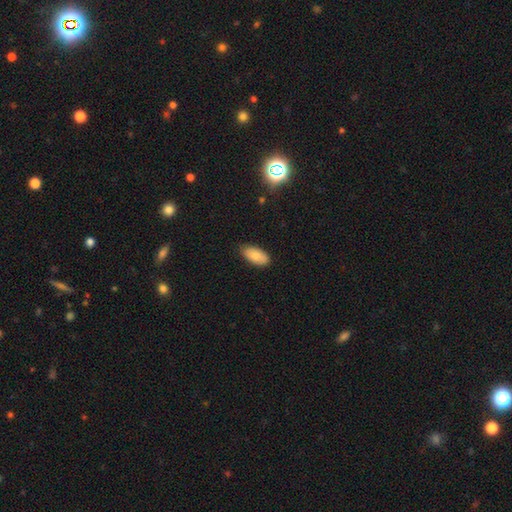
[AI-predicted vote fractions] Overall: smooth (82%). How rounded: in between (92%). Merging: none (81%).